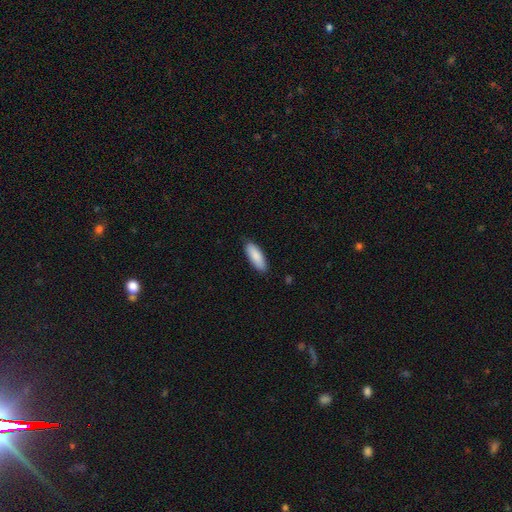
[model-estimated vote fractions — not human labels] smooth_or_featured: smooth (p=0.87) [alt: featured or disk p=0.07]
how_rounded: in between (p=0.61) [alt: cigar-shaped p=0.37]
merging: none (p=0.87) [alt: minor disturbance p=0.10]